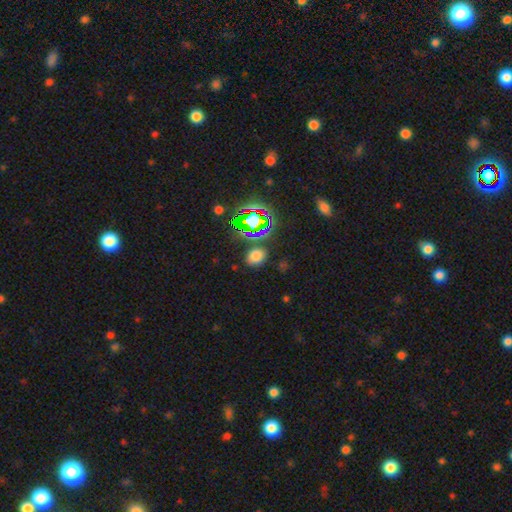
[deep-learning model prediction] smooth_or_featured: smooth (p=0.66) [alt: star or artifact p=0.27]
how_rounded: in between (p=0.56) [alt: round p=0.43]
merging: none (p=0.80) [alt: minor disturbance p=0.12]